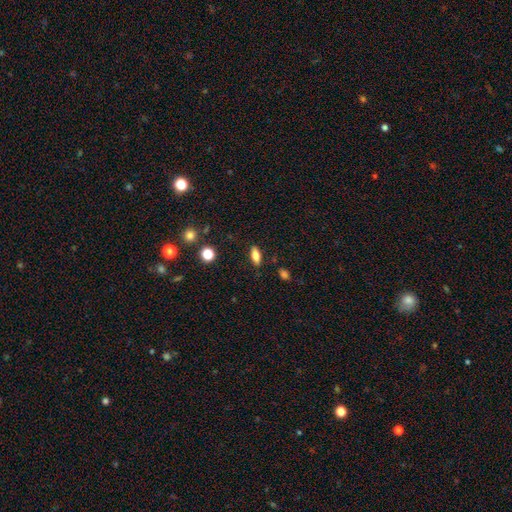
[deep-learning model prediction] This is likely a smooth galaxy (75%). How rounded: likely in between (75%). Merging: clearly none (86%).